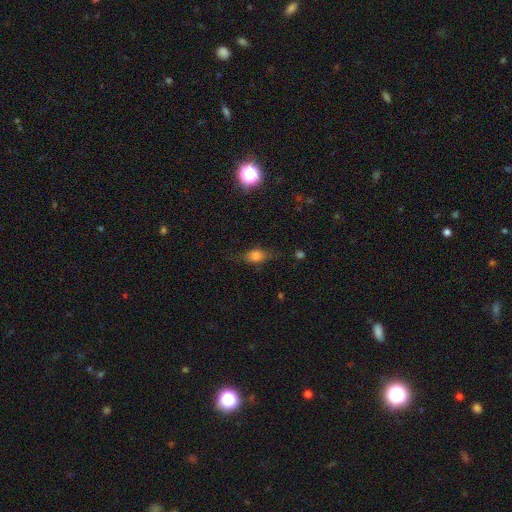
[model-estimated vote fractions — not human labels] This is likely a smooth galaxy (68%). How rounded: likely in between (71%). Merging: likely none (66%).